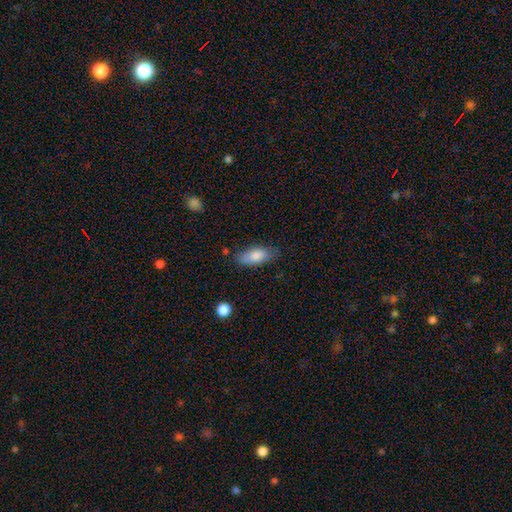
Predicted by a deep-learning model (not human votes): Smooth or featured? Predicted: smooth (p=0.83). How rounded? Predicted: in between (p=0.83). Merging? Predicted: none (p=0.76).